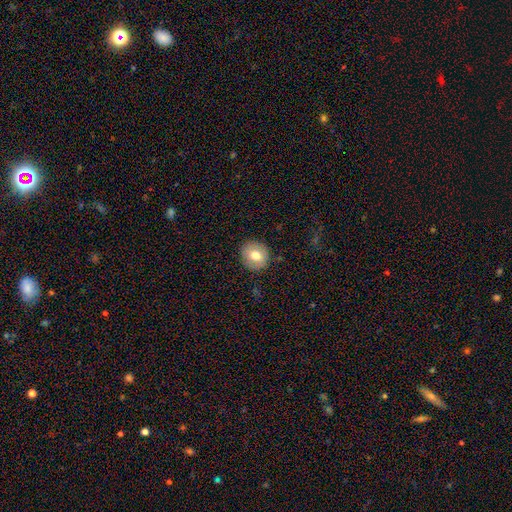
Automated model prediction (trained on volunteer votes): Overall: smooth (72%). How rounded: round (82%). Merging: none (88%).